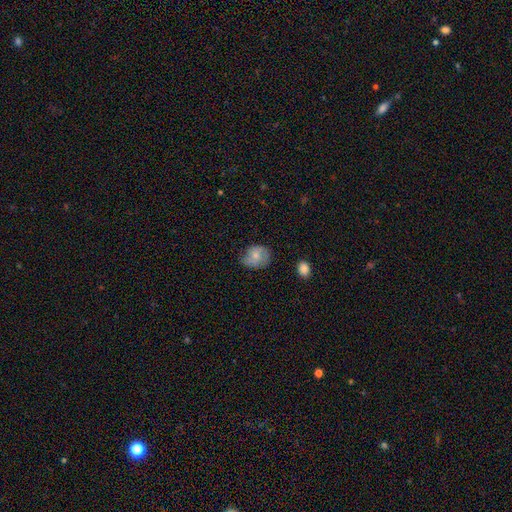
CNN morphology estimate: smooth_or_featured: smooth (p=0.64) [alt: featured or disk p=0.28]
how_rounded: round (p=0.58) [alt: in between p=0.41]
merging: none (p=0.57) [alt: minor disturbance p=0.32]